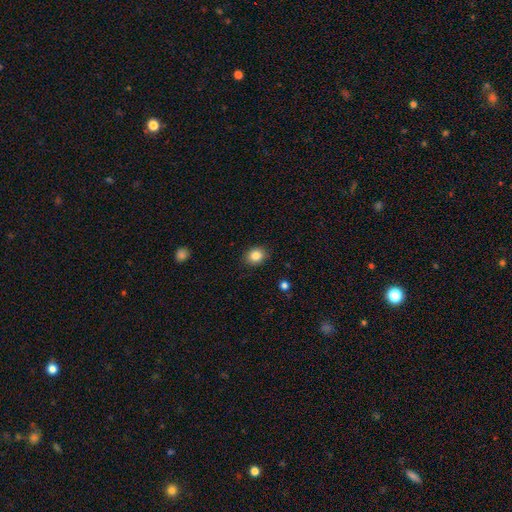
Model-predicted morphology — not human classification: Smooth or featured? smooth (84%)
How rounded? round (57%)
Merging? none (87%)